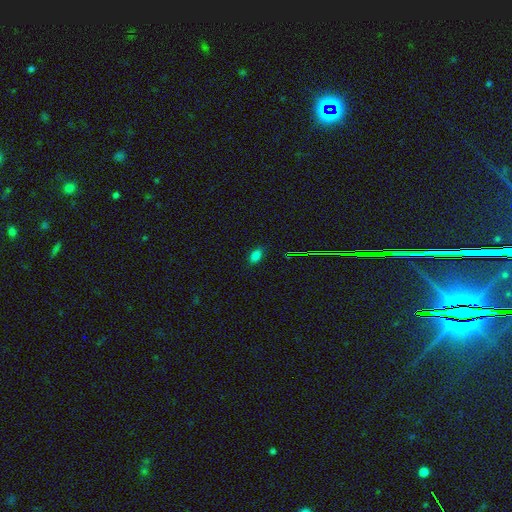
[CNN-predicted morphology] smooth-or-featured: smooth: 78% | star or artifact: 17% | featured or disk: 5%
  how-rounded: in between: 88% | round: 10% | cigar-shaped: 2%
  merging: none: 84% | minor disturbance: 12% | major disturbance: 3% | merger: 1%